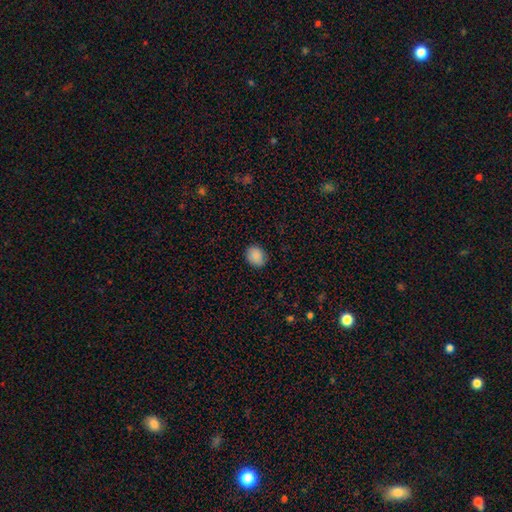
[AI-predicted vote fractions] smooth_or_featured: smooth (p=0.88) [alt: star or artifact p=0.08]
how_rounded: round (p=0.51) [alt: in between p=0.48]
merging: none (p=0.85) [alt: minor disturbance p=0.11]